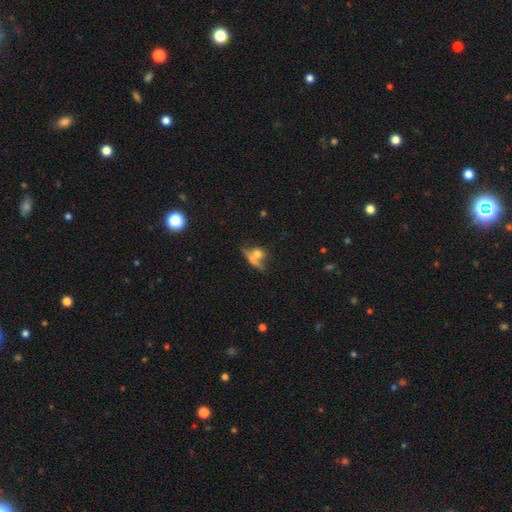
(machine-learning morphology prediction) smooth-or-featured: smooth: 62% | featured or disk: 27% | star or artifact: 11%
  how-rounded: round: 40% | in between: 36% | cigar-shaped: 24%
  merging: merger: 44% | none: 39% | minor disturbance: 10% | major disturbance: 8%